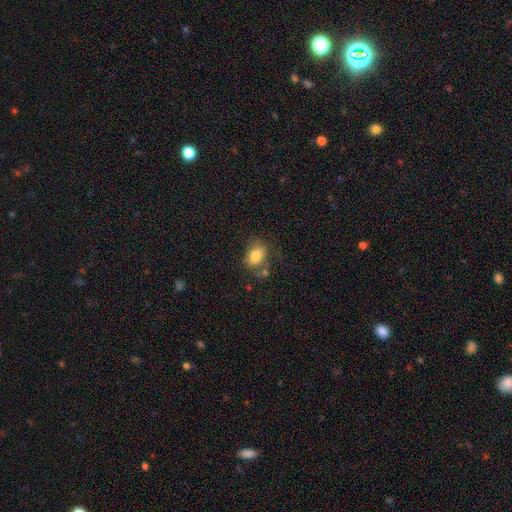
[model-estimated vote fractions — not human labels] Q: Smooth or featured?
A: smooth (80%); runner-up: featured or disk (11%)
Q: How rounded?
A: in between (73%); runner-up: round (26%)
Q: Merging?
A: none (55%); runner-up: minor disturbance (22%)